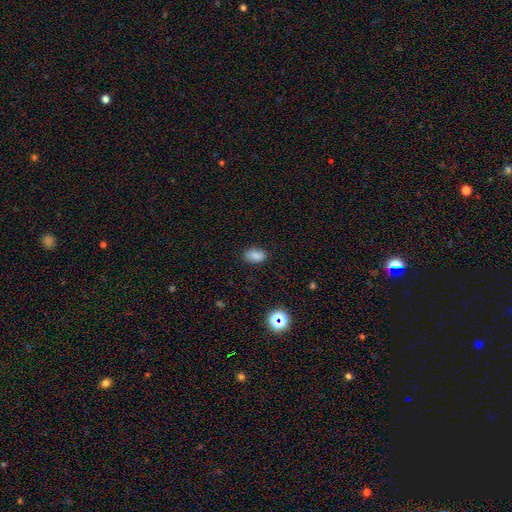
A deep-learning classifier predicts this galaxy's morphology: smooth 84%, star or artifact 11%, featured or disk 5%. Down the decision tree: how rounded — in between (90%); merging — none (83%).